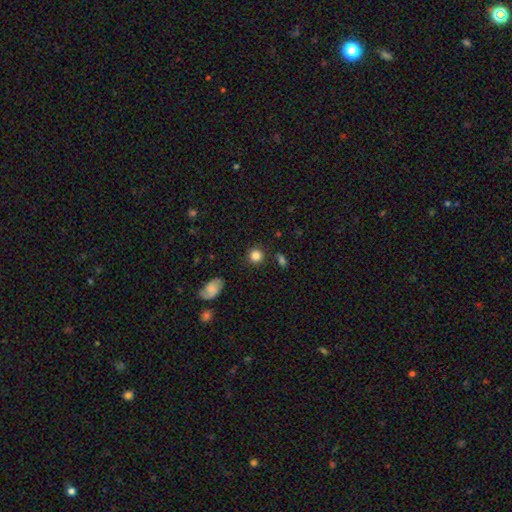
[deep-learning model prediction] Smooth or featured? smooth (83%)
How rounded? round (89%)
Merging? none (84%)